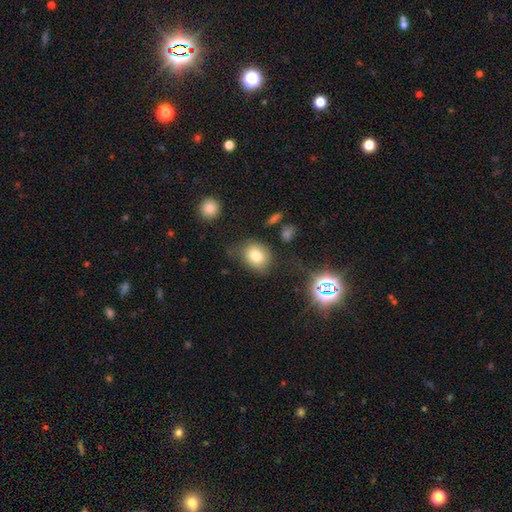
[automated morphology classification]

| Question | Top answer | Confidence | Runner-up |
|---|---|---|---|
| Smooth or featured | smooth | 77% | star or artifact (13%) |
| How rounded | round | 61% | in between (38%) |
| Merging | none | 65% | minor disturbance (23%) |